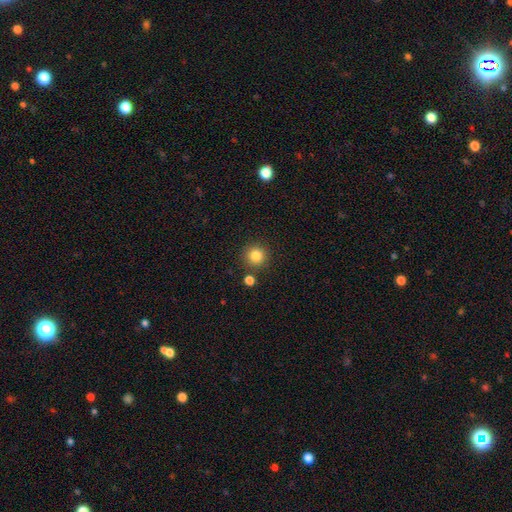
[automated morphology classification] Smooth or featured? Predicted: smooth (p=0.83). How rounded? Predicted: round (p=0.95). Merging? Predicted: none (p=0.86).